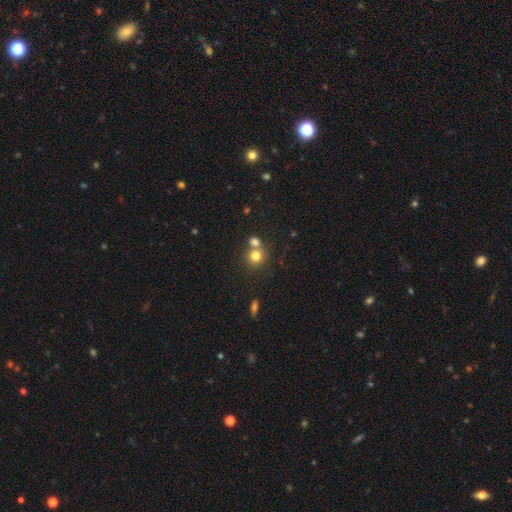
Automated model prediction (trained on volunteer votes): smooth 79%, star or artifact 12%, featured or disk 9%. Down the decision tree: how rounded — round (85%); merging — none (51%).